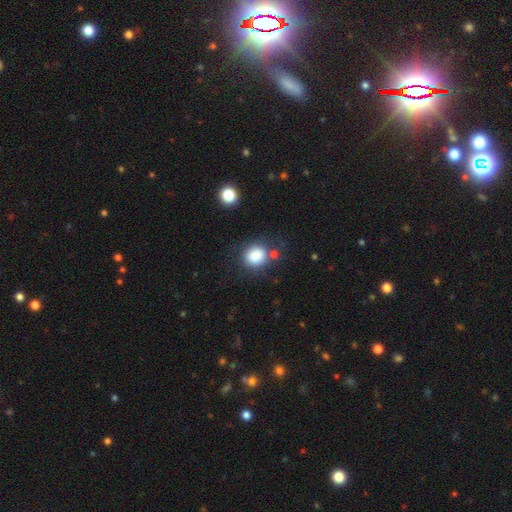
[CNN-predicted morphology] Smooth or featured? Predicted: smooth (p=0.85). How rounded? Predicted: round (p=0.76). Merging? Predicted: none (p=0.72).